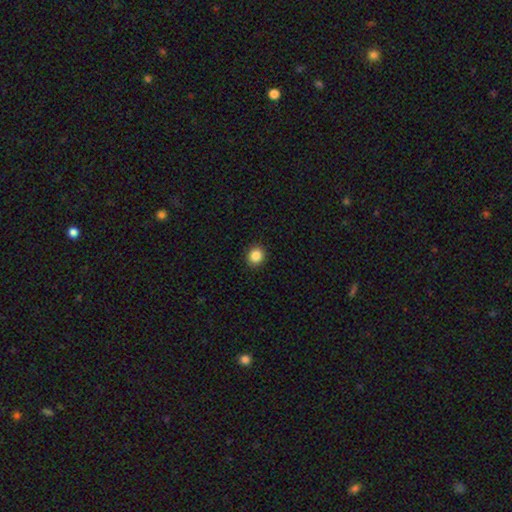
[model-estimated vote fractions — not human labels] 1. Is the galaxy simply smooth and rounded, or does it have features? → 87% smooth, 10% star or artifact, 4% featured or disk.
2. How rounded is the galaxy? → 88% round, 11% in between, 1% cigar-shaped.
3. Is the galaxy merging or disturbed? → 92% none, 5% minor disturbance, 2% major disturbance, 1% merger.